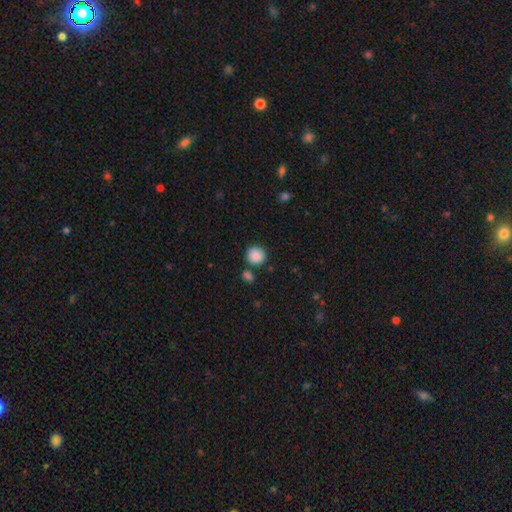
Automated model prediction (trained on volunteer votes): Smooth or featured? smooth (88%)
How rounded? round (87%)
Merging? none (79%)